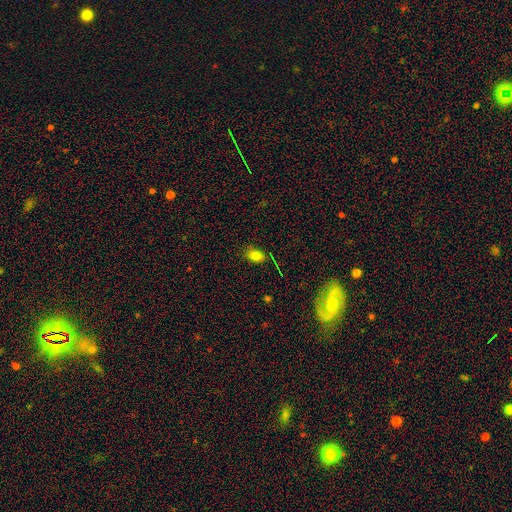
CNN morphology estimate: Smooth or featured? Predicted: smooth (p=0.79). How rounded? Predicted: in between (p=0.81). Merging? Predicted: none (p=0.78).